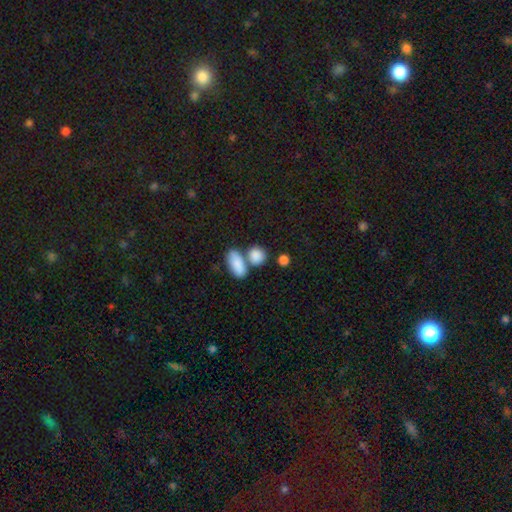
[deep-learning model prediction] A smooth galaxy with no disk features (87%) that is in between round and cigar-shaped (56%). Merging: none (52%).